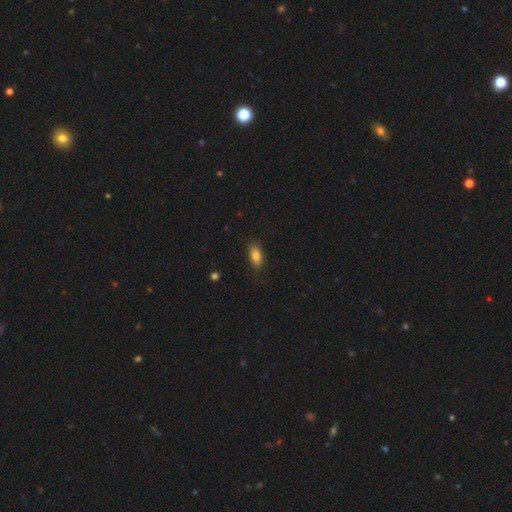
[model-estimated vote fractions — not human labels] smooth 84%, star or artifact 8%, featured or disk 8%. Down the decision tree: how rounded — in between (86%); merging — none (82%).